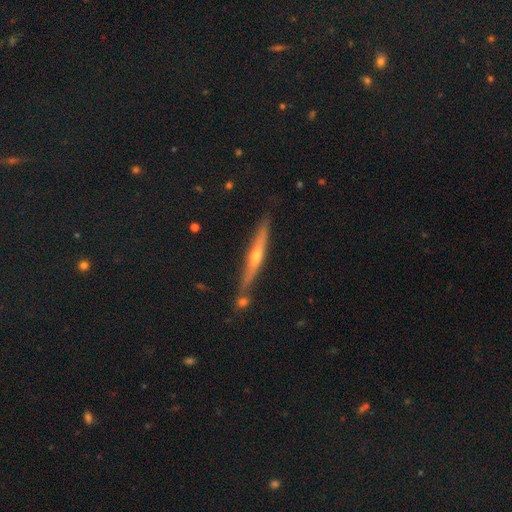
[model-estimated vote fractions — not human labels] A featured or disk galaxy (72%) viewed edge-on (96%) with a rounded central bulge (86%). Merging: none (81%).